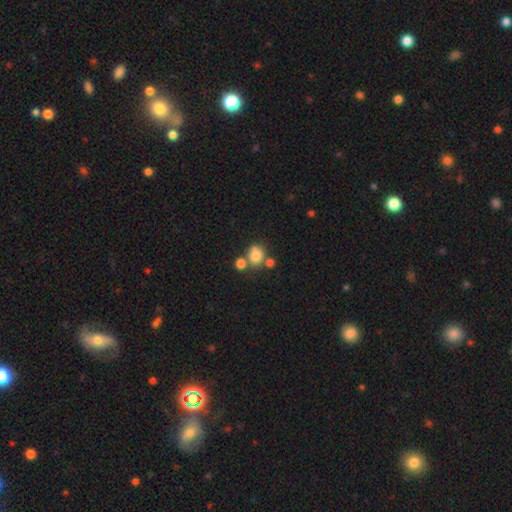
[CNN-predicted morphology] Smooth or featured? smooth (75%)
How rounded? round (70%)
Merging? none (47%)